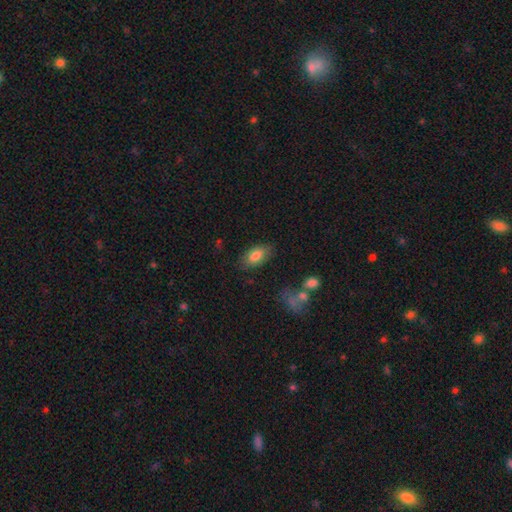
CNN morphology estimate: Smooth or featured? smooth (81%)
How rounded? in between (92%)
Merging? none (81%)